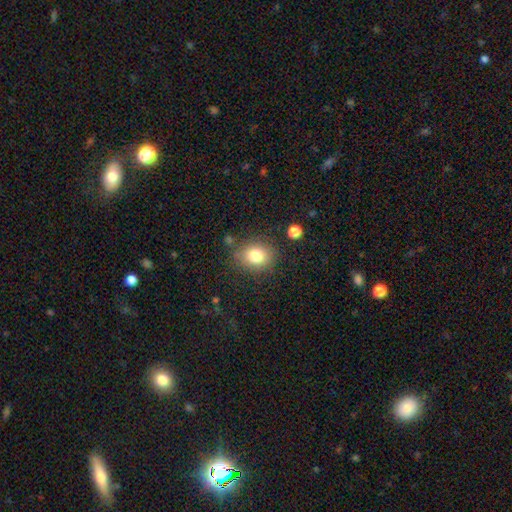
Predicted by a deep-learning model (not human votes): smooth_or_featured: smooth (p=0.80) [alt: star or artifact p=0.11]
how_rounded: round (p=0.62) [alt: in between p=0.37]
merging: none (p=0.79) [alt: minor disturbance p=0.13]